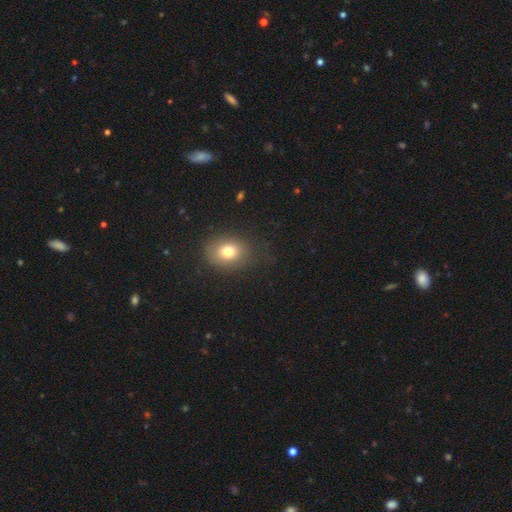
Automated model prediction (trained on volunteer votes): This is likely a smooth galaxy (72%). How rounded: possibly in between (51%). Merging: clearly none (89%).